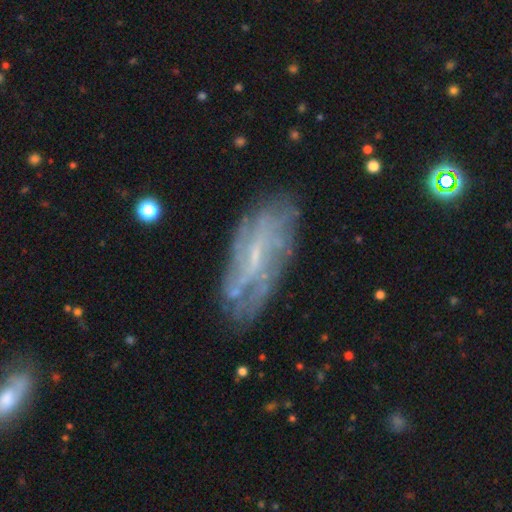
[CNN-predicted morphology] This is likely a featured or disk galaxy (73%). It is clearly not viewed edge-on (86%). Bar: possibly weak (48%). Spiral arm pattern: likely yes (78%). Central bulge: likely small (64%). Merging: likely none (74%).